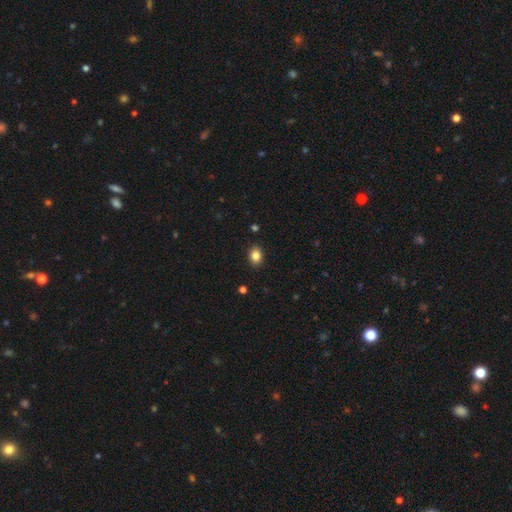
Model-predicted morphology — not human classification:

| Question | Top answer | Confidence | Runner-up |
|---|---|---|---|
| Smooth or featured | smooth | 85% | star or artifact (10%) |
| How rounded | in between | 61% | round (38%) |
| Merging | none | 88% | minor disturbance (9%) |